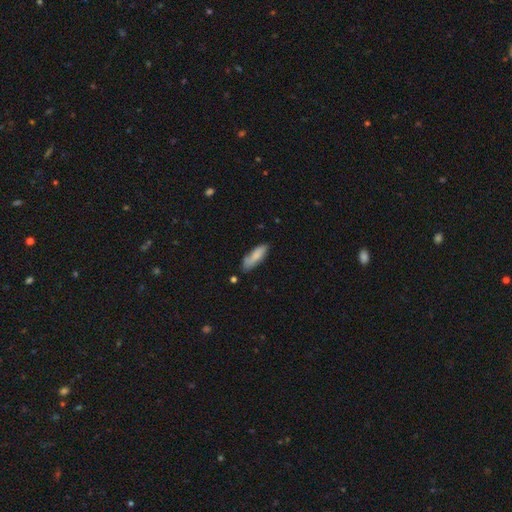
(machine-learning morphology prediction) The model was most divided on "how rounded": cigar-shaped: 50%, in between: 49%, round: 2%. More confident: smooth or featured — smooth (80%); merging — none (66%).